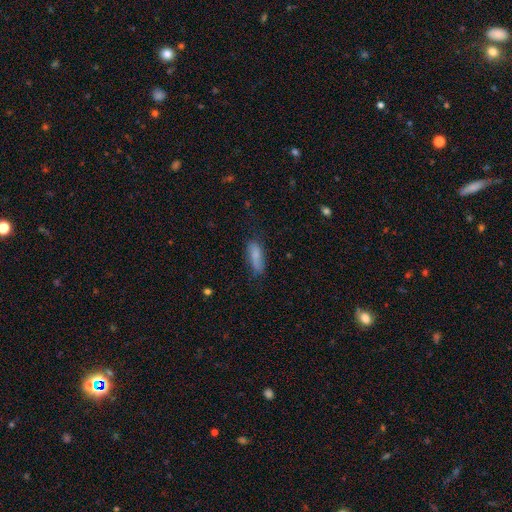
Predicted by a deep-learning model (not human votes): Overall: smooth (80%). How rounded: in between (59%; cigar-shaped 39%). Merging: none (68%).